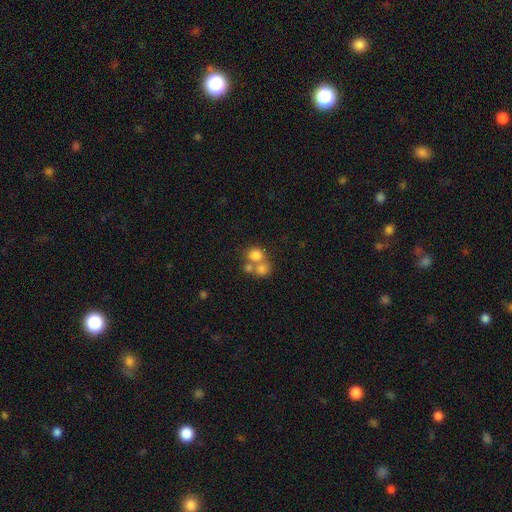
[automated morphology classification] A smooth galaxy with no disk features (73%) that is round (77%).

Vote fractions:
- Smooth or featured? smooth: 73% / featured or disk: 14% / star or artifact: 12%
- How rounded? round: 77% / in between: 22% / cigar-shaped: 1%
- Merging? merger: 53% / none: 36% / minor disturbance: 7% / major disturbance: 5%